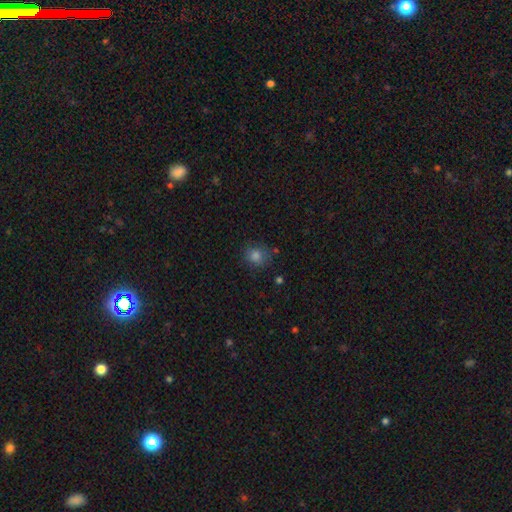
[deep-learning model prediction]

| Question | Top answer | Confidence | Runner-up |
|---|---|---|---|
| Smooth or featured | smooth | 80% | star or artifact (14%) |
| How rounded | round | 78% | in between (21%) |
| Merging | none | 78% | minor disturbance (15%) |